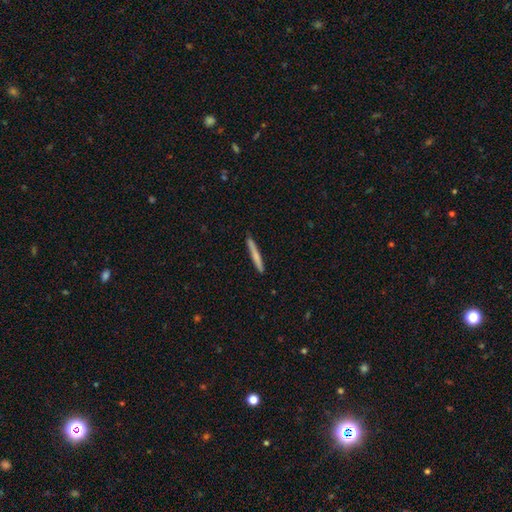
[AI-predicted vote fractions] Morphology: type=smooth (65%); roundness=cigar-shaped (96%); merging=none (90%).